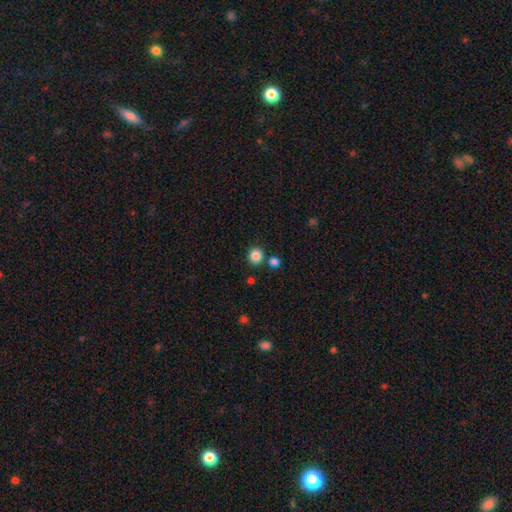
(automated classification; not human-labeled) Smooth or featured? Predicted: smooth (p=0.85). How rounded? Predicted: round (p=0.89). Merging? Predicted: none (p=0.83).